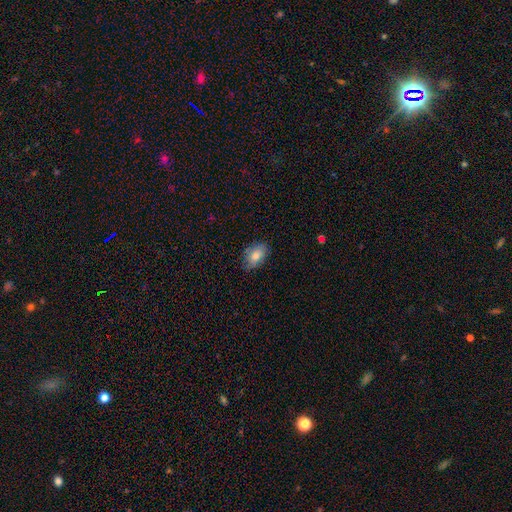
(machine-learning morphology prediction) smooth_or_featured: smooth (p=0.79) [alt: featured or disk p=0.14]
how_rounded: in between (p=0.88) [alt: round p=0.11]
merging: none (p=0.81) [alt: minor disturbance p=0.16]